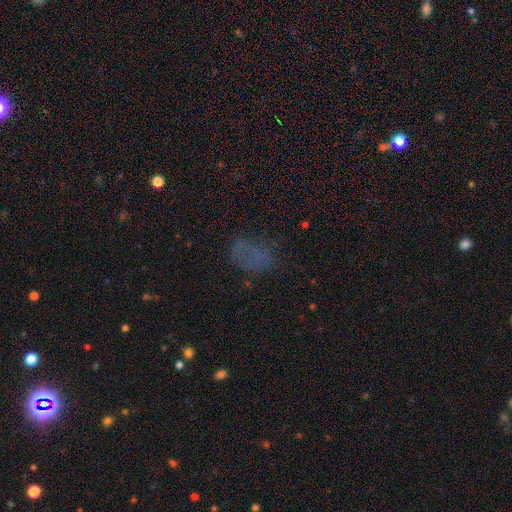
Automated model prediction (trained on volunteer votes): A smooth galaxy with no disk features (51%) that is in between round and cigar-shaped (75%). Merging: none (56%).